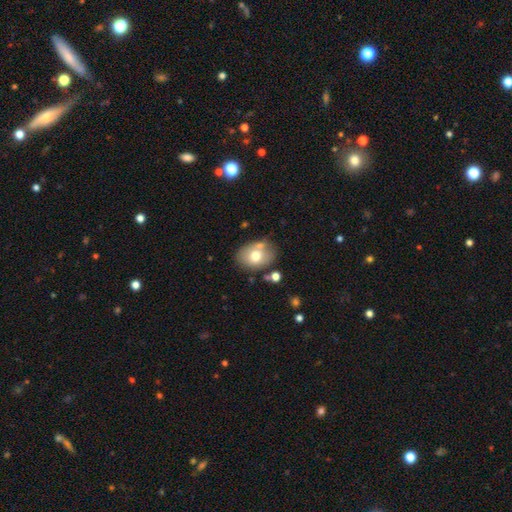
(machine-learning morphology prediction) smooth 70%, featured or disk 22%, star or artifact 8%. Down the decision tree: how rounded — in between (72%); merging — none (66%).